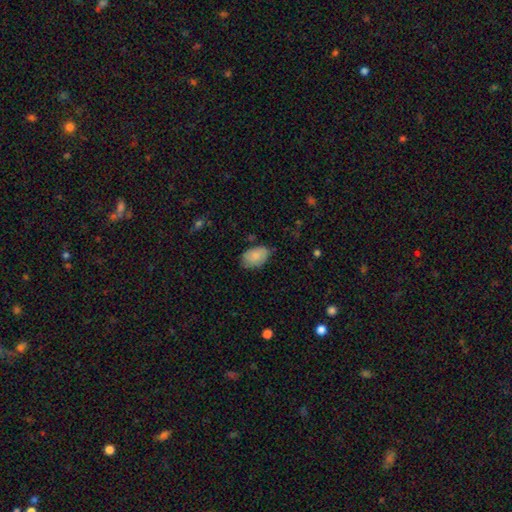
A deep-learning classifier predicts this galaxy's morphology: Q: Smooth or featured?
A: smooth (84%); runner-up: featured or disk (10%)
Q: How rounded?
A: in between (91%); runner-up: round (8%)
Q: Merging?
A: none (71%); runner-up: minor disturbance (23%)